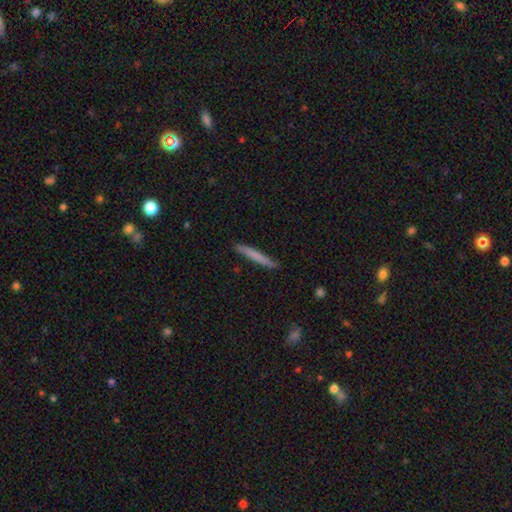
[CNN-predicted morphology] smooth-or-featured: smooth: 71% | featured or disk: 23% | star or artifact: 6%
  how-rounded: cigar-shaped: 96% | in between: 2% | round: 1%
  merging: none: 89% | minor disturbance: 8% | major disturbance: 2% | merger: 1%